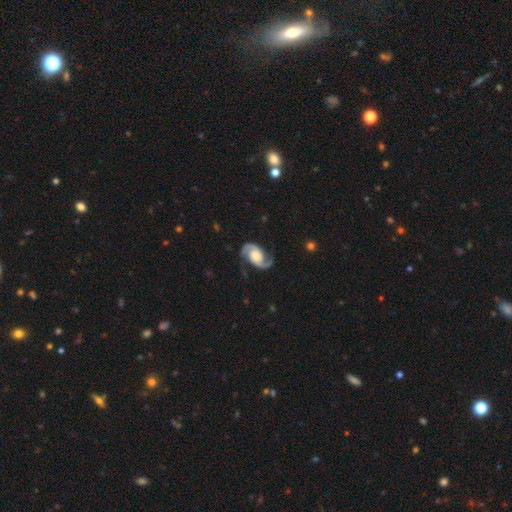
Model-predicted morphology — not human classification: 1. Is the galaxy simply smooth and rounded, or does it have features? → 92% featured or disk, 4% smooth, 4% star or artifact.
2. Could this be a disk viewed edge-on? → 98% no, 2% yes.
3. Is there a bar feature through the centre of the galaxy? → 63% no, 27% weak, 10% strong.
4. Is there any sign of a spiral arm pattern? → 98% yes, 2% no.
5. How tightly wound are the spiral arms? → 54% medium, 26% loose, 19% tight.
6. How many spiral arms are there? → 94% 2, 1% 1, 1% can't tell, 1% 3, 1% 4, 1% more than 4.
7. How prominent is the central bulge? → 44% moderate, 26% large, 19% small, 8% none, 3% dominant.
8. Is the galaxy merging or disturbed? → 79% none, 14% minor disturbance, 6% major disturbance, 1% merger.